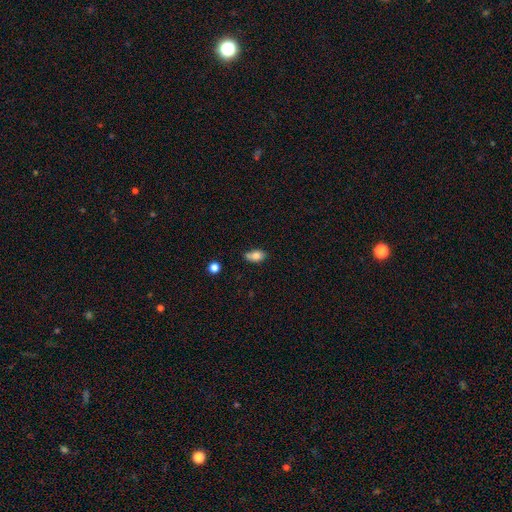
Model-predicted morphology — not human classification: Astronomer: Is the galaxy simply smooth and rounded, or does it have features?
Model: smooth — 80%.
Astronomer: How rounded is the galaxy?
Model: in between — 89%.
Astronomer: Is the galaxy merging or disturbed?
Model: none — 63%.